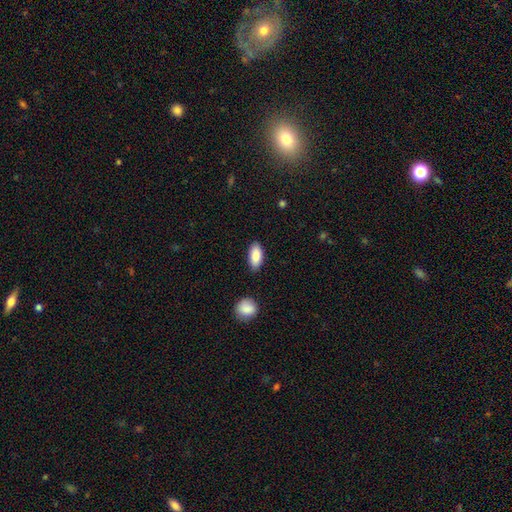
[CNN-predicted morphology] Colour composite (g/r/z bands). It shows a smooth galaxy with no disk features (88%) that is in between round and cigar-shaped (89%). Merging: none (85%).